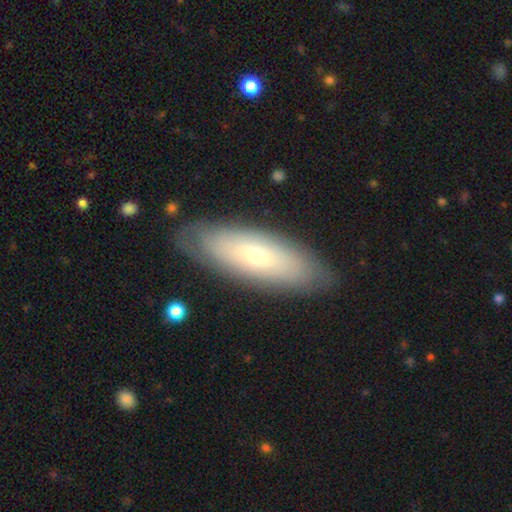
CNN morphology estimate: Smooth or featured: featured or disk — 47% (smooth — 46%)
Merging: none — 83% (minor disturbance — 12%)